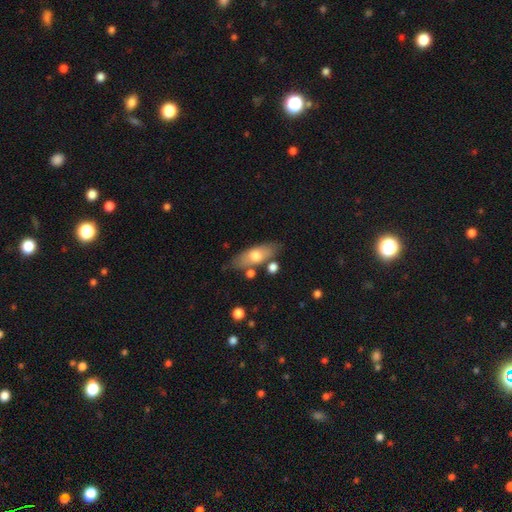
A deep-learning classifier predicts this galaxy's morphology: Smooth or featured? Predicted: smooth (p=0.64). How rounded? Predicted: in between (p=0.69). Merging? Predicted: none (p=0.73).